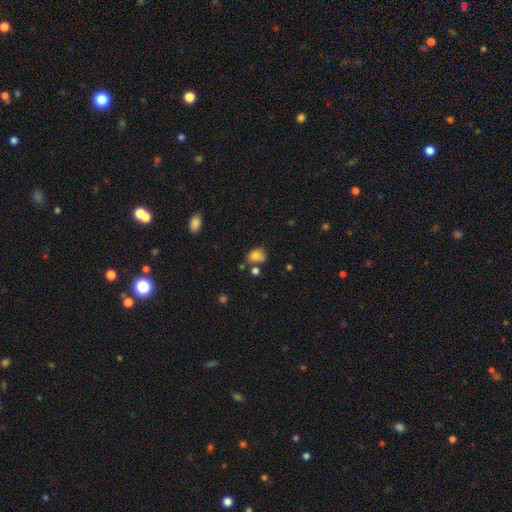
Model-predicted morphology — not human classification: Smooth or featured? smooth (76%)
How rounded? in between (59%)
Merging? none (47%)